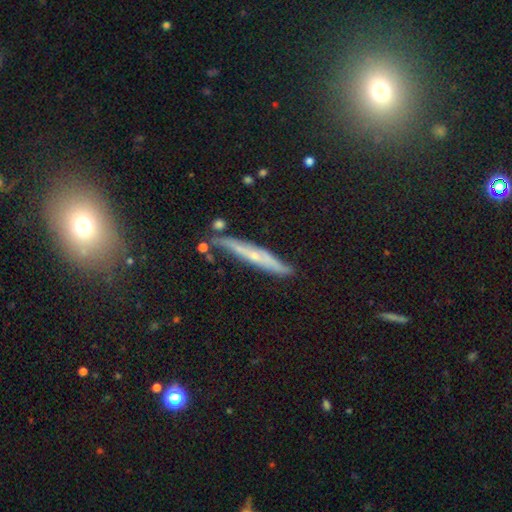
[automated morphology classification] This is possibly a featured or disk galaxy (55%). It is clearly viewed edge-on (84%). Merging: likely none (75%).